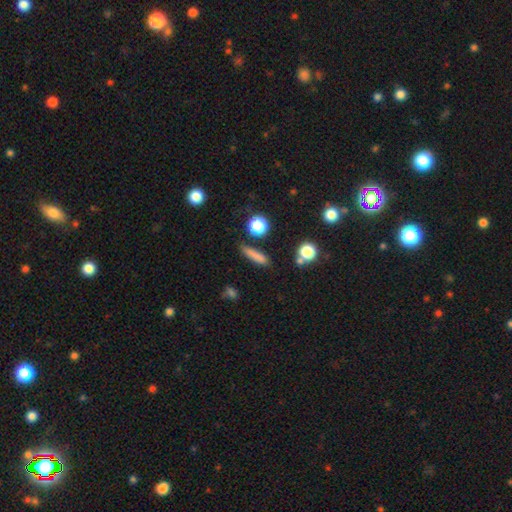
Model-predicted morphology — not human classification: smooth 78%, star or artifact 11%, featured or disk 11%. Down the decision tree: how rounded — cigar-shaped (76%); merging — none (80%).